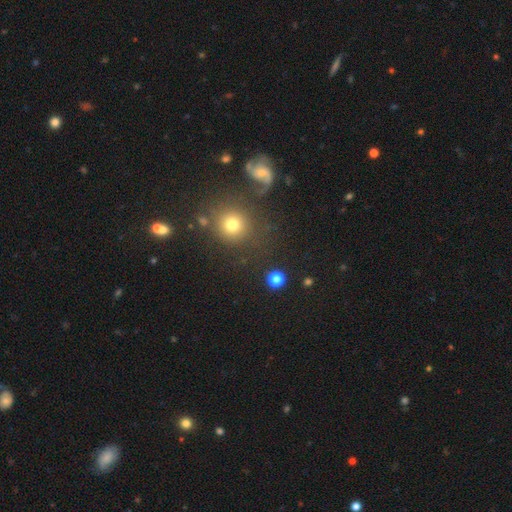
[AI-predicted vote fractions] Morphology: type=smooth (52%); roundness=round (87%); merging=none (75%).